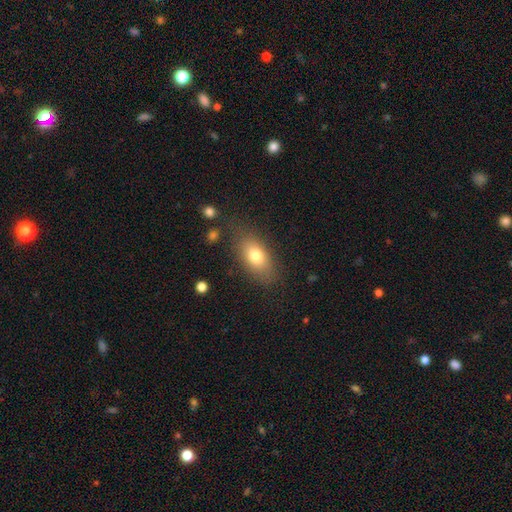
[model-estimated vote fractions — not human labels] Smooth or featured? Predicted: smooth (p=0.76). How rounded? Predicted: in between (p=0.84). Merging? Predicted: none (p=0.76).